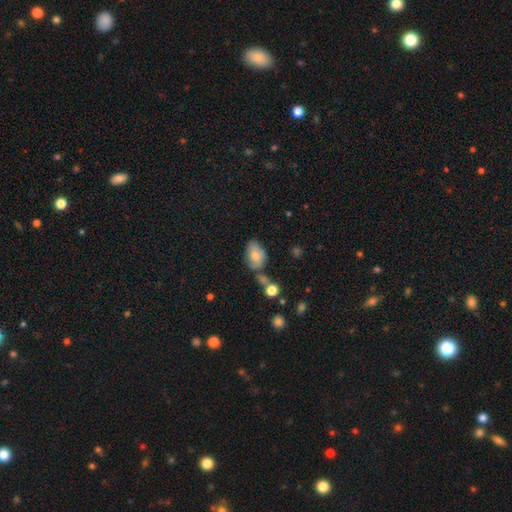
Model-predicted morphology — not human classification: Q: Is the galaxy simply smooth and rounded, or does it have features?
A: smooth — 67%.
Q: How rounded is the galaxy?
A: in between — 85%.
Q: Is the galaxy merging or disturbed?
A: none — 47%.